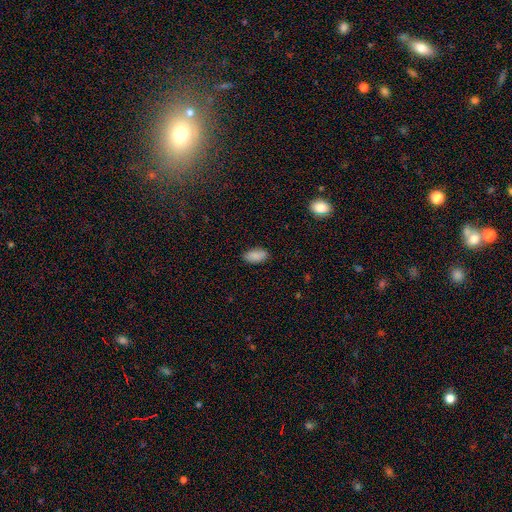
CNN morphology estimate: type=smooth (88%); roundness=in between (94%); merging=none (85%).